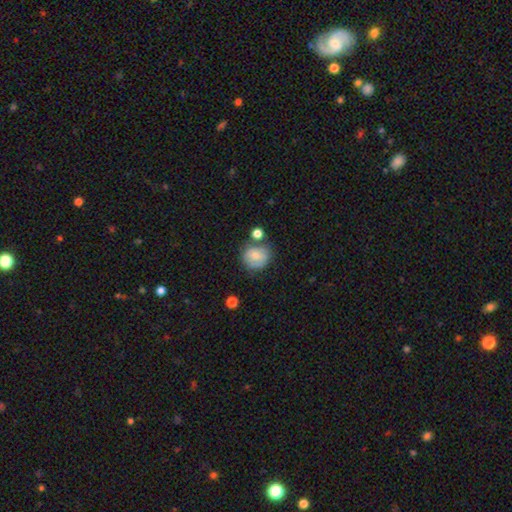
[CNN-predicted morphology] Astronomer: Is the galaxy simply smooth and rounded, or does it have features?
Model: smooth — 67%.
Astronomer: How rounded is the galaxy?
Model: round — 83%.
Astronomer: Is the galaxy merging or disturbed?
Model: none — 58%.